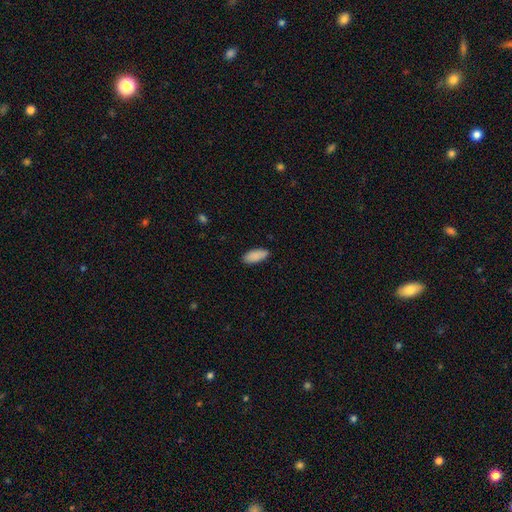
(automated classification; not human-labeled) Smooth or featured? Predicted: smooth (p=0.90). How rounded? Predicted: in between (p=0.85). Merging? Predicted: none (p=0.87).